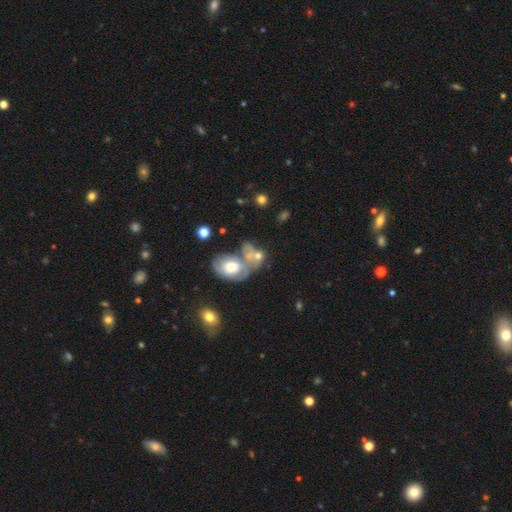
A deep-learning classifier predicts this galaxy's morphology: smooth 49%, featured or disk 39%, star or artifact 12%. Down the decision tree: merging — merger (59%).